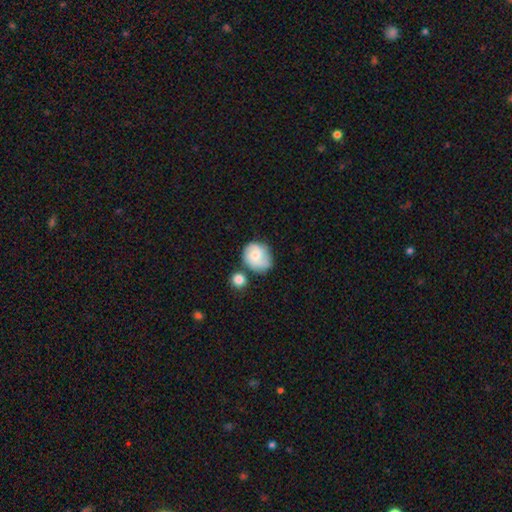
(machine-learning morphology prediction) A smooth galaxy with no disk features (56%) that is round (69%). Merging: none (55%).